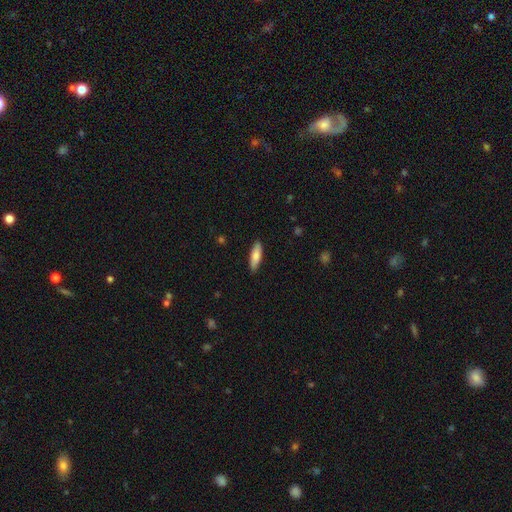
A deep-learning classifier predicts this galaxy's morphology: Smooth or featured: smooth — 77% (featured or disk — 18%)
How rounded: cigar-shaped — 52% (in between — 46%)
Merging: none — 88% (minor disturbance — 9%)